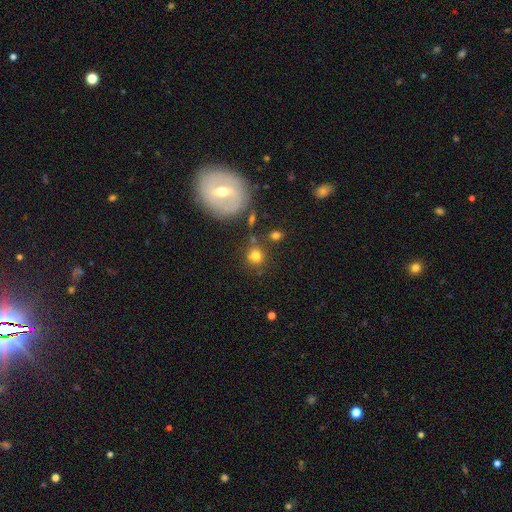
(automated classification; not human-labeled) Overall: smooth (73%). How rounded: round (84%). Merging: none (70%).